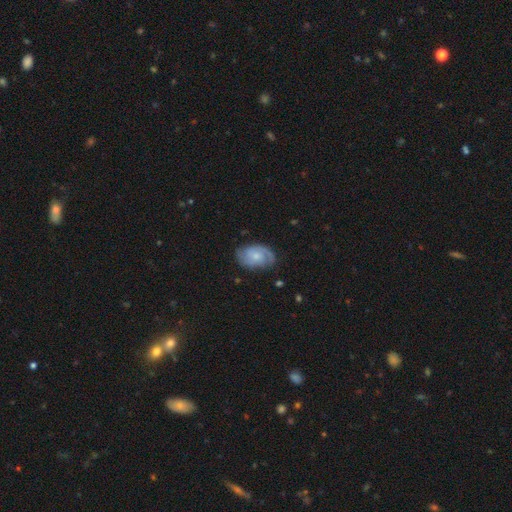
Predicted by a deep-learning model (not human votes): A featured or disk galaxy (71%) with no bar (68%), 2 (75%) tight (44%) spiral arms (93%) and a small central bulge (55%).

Vote fractions:
- Smooth or featured? featured or disk: 71% / smooth: 23% / star or artifact: 6%
- Edge-on disk? no: 97% / yes: 3%
- Bar? no: 68% / weak: 29% / strong: 4%
- Spiral arms? yes: 93% / no: 7%
- Spiral winding? tight: 44% / medium: 41% / loose: 15%
- Spiral arm count? 2: 75% / can't tell: 13% / 1: 4% / 3: 4% / 4: 2% / more than 4: 1%
- Bulge size? small: 55% / moderate: 33% / none: 8% / large: 3% / dominant: 1%
- Merging? none: 75% / minor disturbance: 19% / major disturbance: 6% / merger: 1%